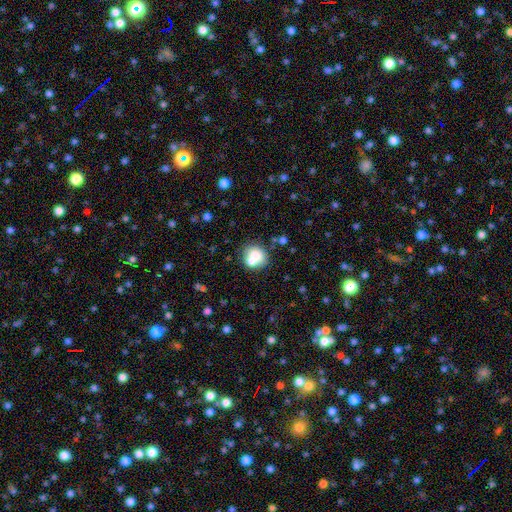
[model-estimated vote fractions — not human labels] Smooth or featured? smooth (72%)
How rounded? round (76%)
Merging? none (48%)